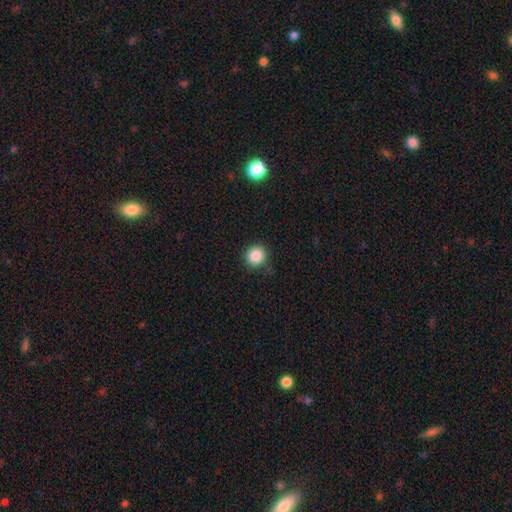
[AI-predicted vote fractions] Smooth or featured? Predicted: smooth (p=0.87). How rounded? Predicted: round (p=0.91). Merging? Predicted: none (p=0.87).